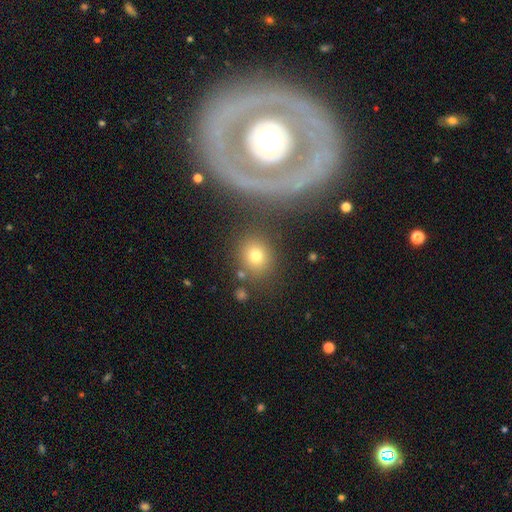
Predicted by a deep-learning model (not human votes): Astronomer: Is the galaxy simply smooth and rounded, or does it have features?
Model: smooth — 72%.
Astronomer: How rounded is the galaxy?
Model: round — 70%.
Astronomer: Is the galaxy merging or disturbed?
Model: none — 79%.